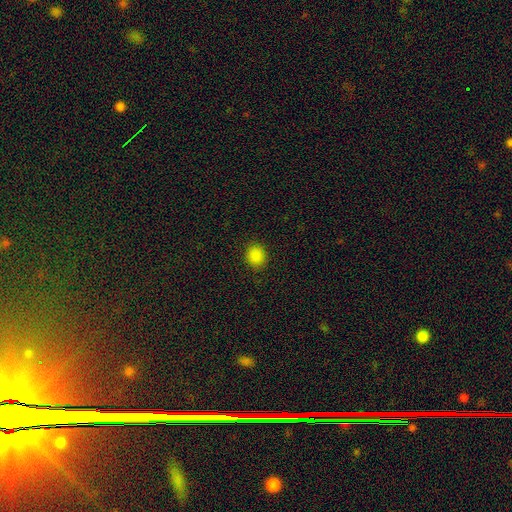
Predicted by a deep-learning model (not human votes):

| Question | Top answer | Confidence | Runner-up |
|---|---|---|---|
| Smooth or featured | smooth | 86% | star or artifact (11%) |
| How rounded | round | 74% | in between (25%) |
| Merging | none | 89% | minor disturbance (7%) |